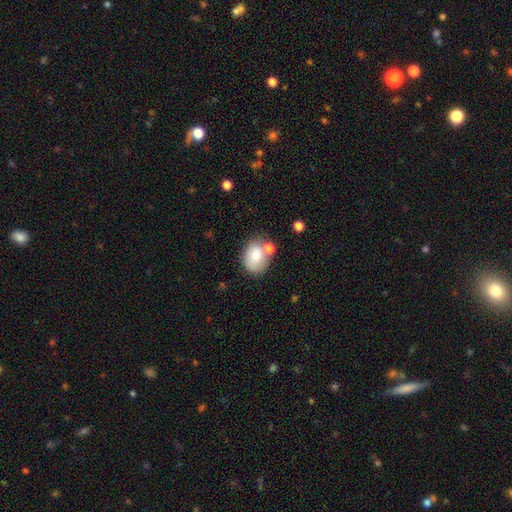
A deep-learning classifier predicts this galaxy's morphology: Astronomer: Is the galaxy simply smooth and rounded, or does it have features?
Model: smooth — 74%.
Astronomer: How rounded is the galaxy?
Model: in between — 61% (runner-up: round, 38%).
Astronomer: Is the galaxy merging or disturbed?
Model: none — 54%.